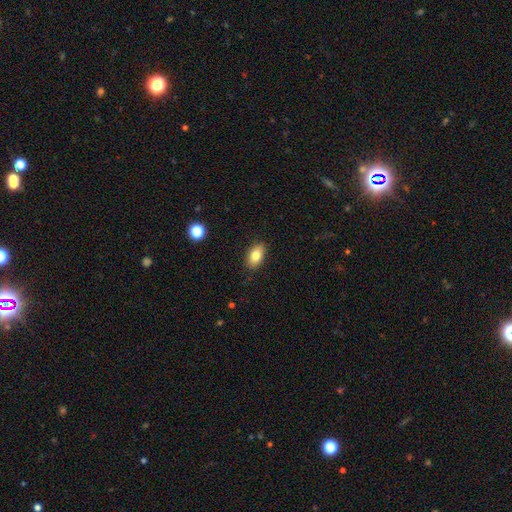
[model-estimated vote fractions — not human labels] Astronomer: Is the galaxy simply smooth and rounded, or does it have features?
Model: smooth — 81%.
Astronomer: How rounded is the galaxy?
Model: in between — 90%.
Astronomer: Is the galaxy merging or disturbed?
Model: none — 87%.